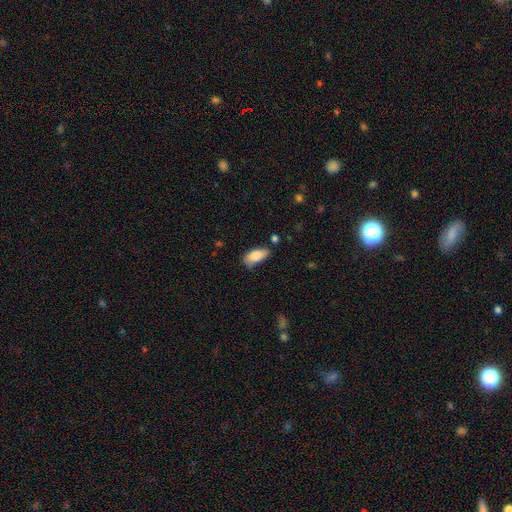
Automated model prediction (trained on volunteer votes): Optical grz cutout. It shows a smooth galaxy with no disk features (85%) that is in between round and cigar-shaped (89%). Merging: none (57%).